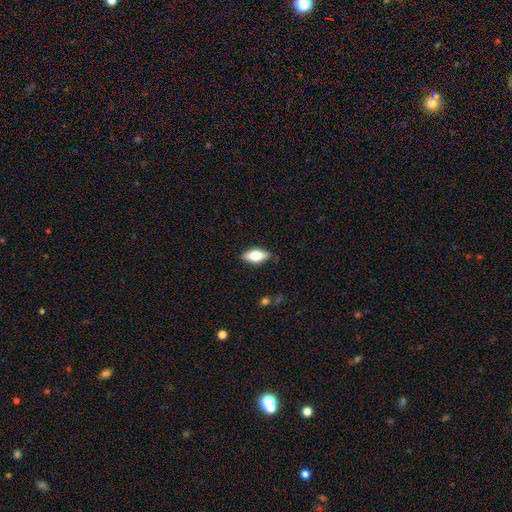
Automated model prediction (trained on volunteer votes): A smooth galaxy with no disk features (68%) that is in between round and cigar-shaped (84%).

Vote fractions:
- Smooth or featured? smooth: 68% / featured or disk: 26% / star or artifact: 7%
- How rounded? in between: 84% / cigar-shaped: 13% / round: 3%
- Merging? none: 85% / minor disturbance: 11% / major disturbance: 2% / merger: 1%